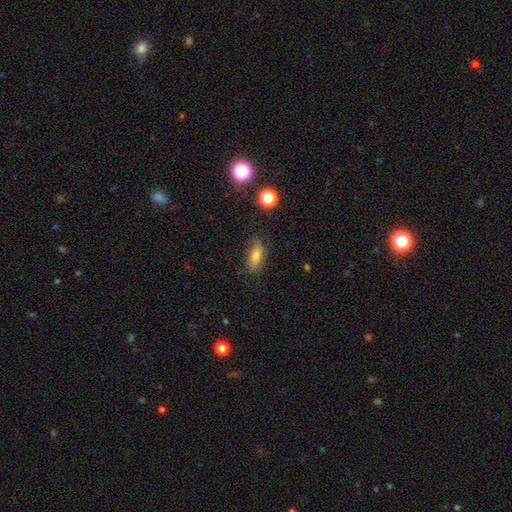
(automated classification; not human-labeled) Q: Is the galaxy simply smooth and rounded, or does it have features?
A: smooth — 72%.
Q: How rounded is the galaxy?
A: in between — 71%.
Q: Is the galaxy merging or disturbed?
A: none — 81%.